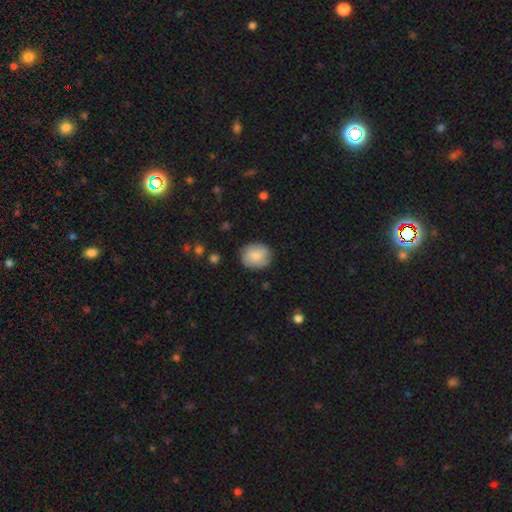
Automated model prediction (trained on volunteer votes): Smooth or featured: smooth — 76% (featured or disk — 17%)
How rounded: round — 67% (in between — 32%)
Merging: none — 81% (minor disturbance — 14%)